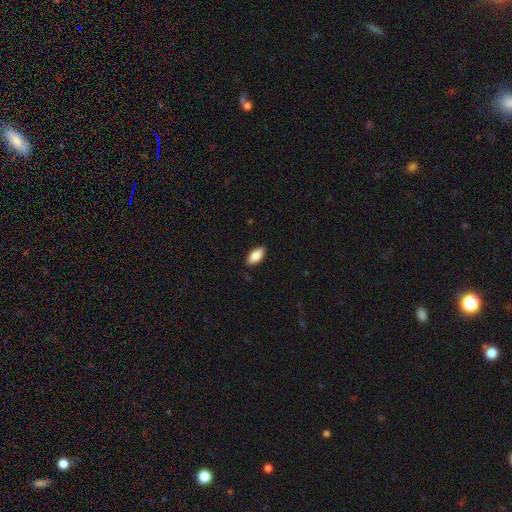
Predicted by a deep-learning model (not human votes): Morphology: type=smooth (86%); roundness=in between (89%); merging=none (87%).